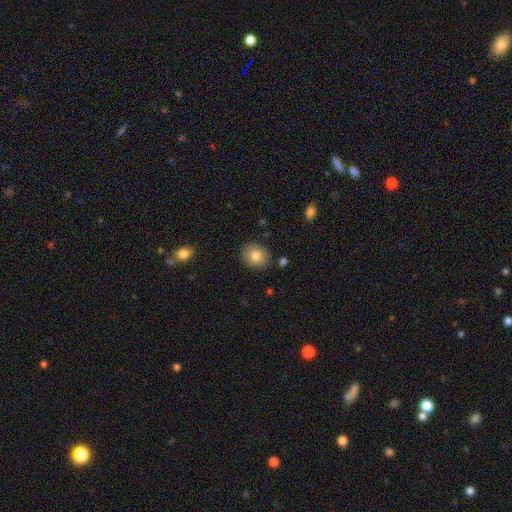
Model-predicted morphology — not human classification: Smooth or featured? Predicted: smooth (p=0.80). How rounded? Predicted: round (p=0.73). Merging? Predicted: none (p=0.87).